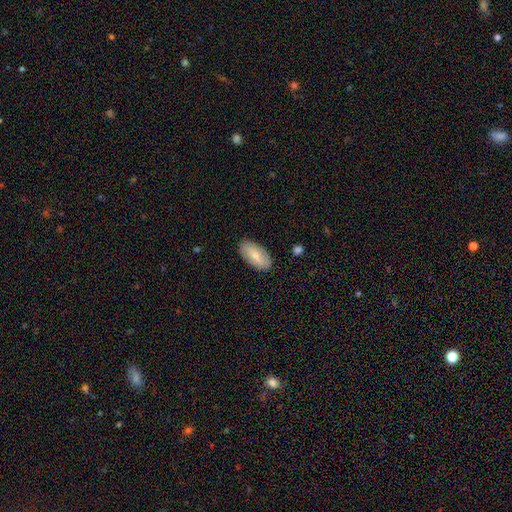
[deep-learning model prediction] This appears to be a smooth galaxy with no disk features (65%) that is in between round and cigar-shaped (92%). Merging: none (87%).